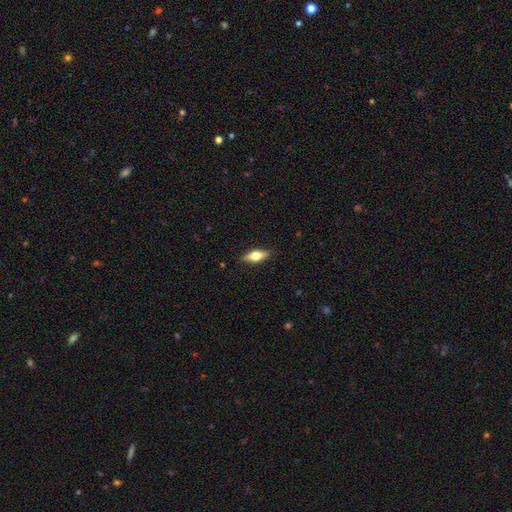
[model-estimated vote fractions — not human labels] This appears to be a smooth galaxy with no disk features (59%) that is in between round and cigar-shaped (67%). Merging: none (87%).